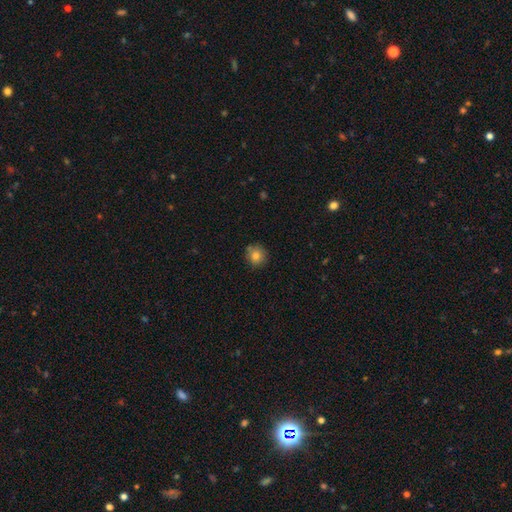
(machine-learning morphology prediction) Smooth or featured? smooth (81%)
How rounded? round (90%)
Merging? none (82%)